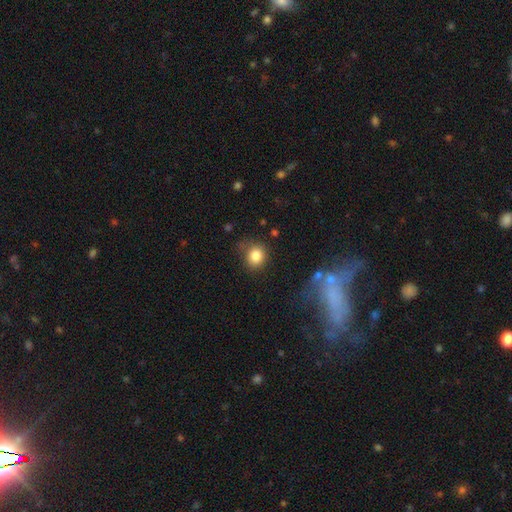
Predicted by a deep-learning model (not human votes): Q: Smooth or featured?
A: smooth (83%); runner-up: star or artifact (11%)
Q: How rounded?
A: round (78%); runner-up: in between (21%)
Q: Merging?
A: none (70%); runner-up: minor disturbance (20%)